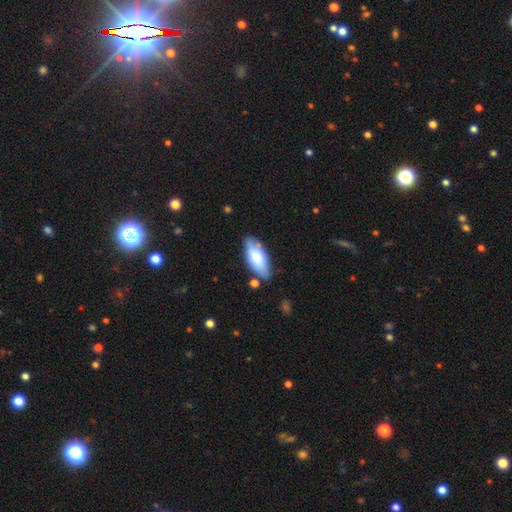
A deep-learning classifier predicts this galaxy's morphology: smooth_or_featured: smooth (p=0.72) [alt: featured or disk p=0.22]
how_rounded: in between (p=0.83) [alt: cigar-shaped p=0.15]
merging: none (p=0.76) [alt: minor disturbance p=0.16]